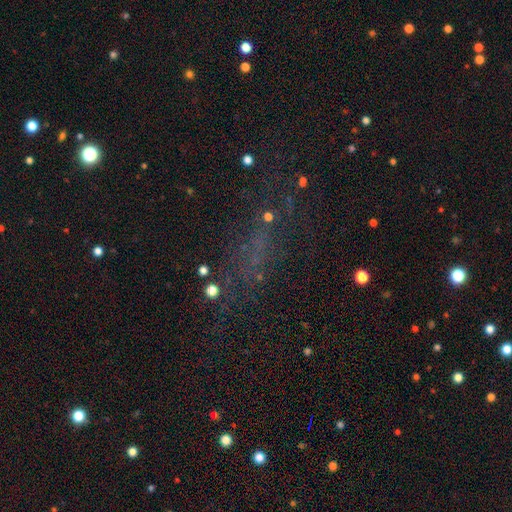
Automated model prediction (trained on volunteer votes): A star or artifact, not a galaxy (47%).